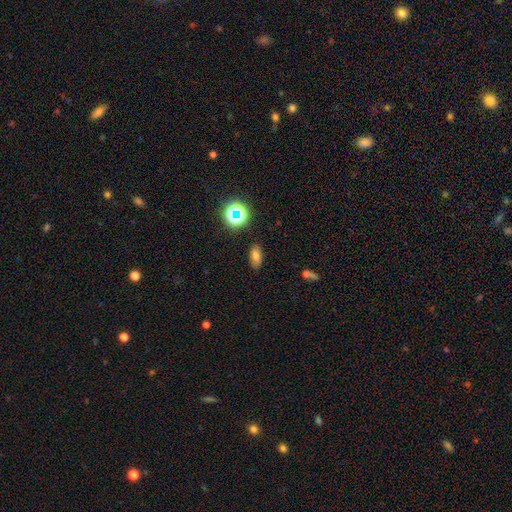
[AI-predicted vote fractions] Q: Smooth or featured?
A: smooth (70%); runner-up: star or artifact (17%)
Q: How rounded?
A: in between (84%); runner-up: round (8%)
Q: Merging?
A: none (85%); runner-up: minor disturbance (10%)